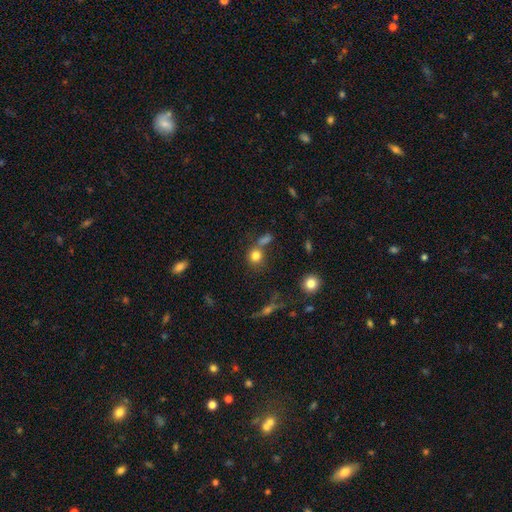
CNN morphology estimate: The model was most divided on "merging": none: 61%, merger: 24%, minor disturbance: 10%, major disturbance: 5%. More confident: how rounded — round (83%); smooth or featured — smooth (79%).